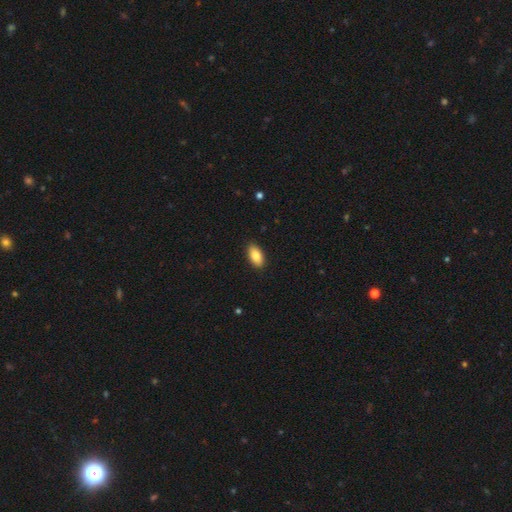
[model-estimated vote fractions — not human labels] smooth 86%, featured or disk 8%, star or artifact 7%. Down the decision tree: how rounded — in between (91%); merging — none (89%).